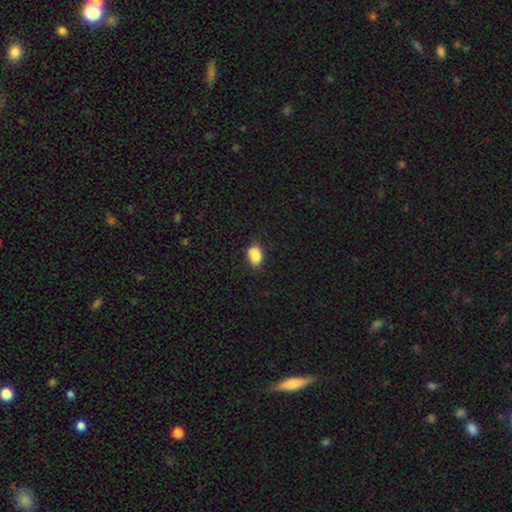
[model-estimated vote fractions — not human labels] Q: Smooth or featured?
A: smooth (84%); runner-up: star or artifact (9%)
Q: How rounded?
A: in between (79%); runner-up: round (19%)
Q: Merging?
A: none (70%); runner-up: minor disturbance (22%)